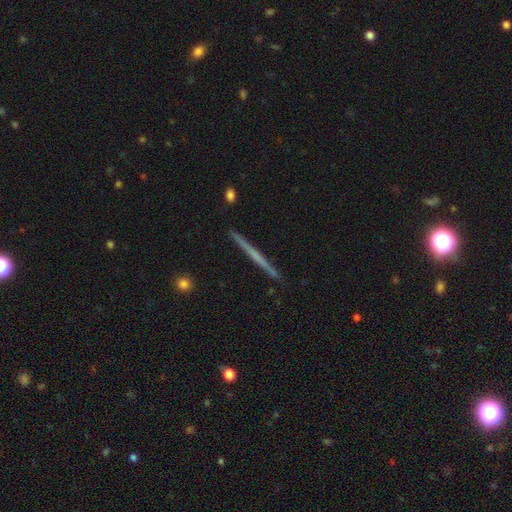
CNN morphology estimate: The model was most divided on "smooth or featured": featured or disk: 61%, smooth: 34%, star or artifact: 6%. More confident: edge-on disk — yes (98%); merging — none (92%); edge-on bulge — none (85%).